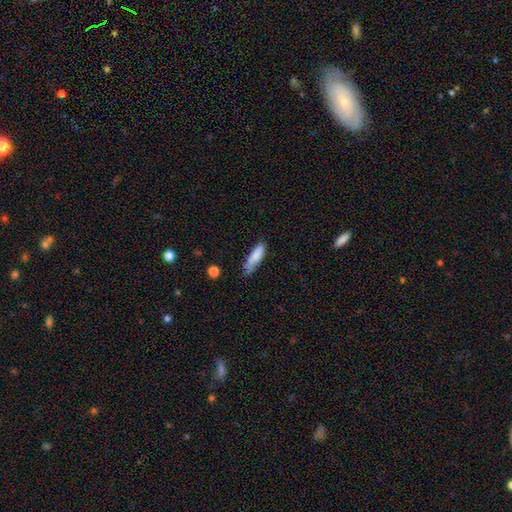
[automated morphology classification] smooth 84%, featured or disk 10%, star or artifact 7%. Down the decision tree: how rounded — cigar-shaped (59%); merging — none (54%).